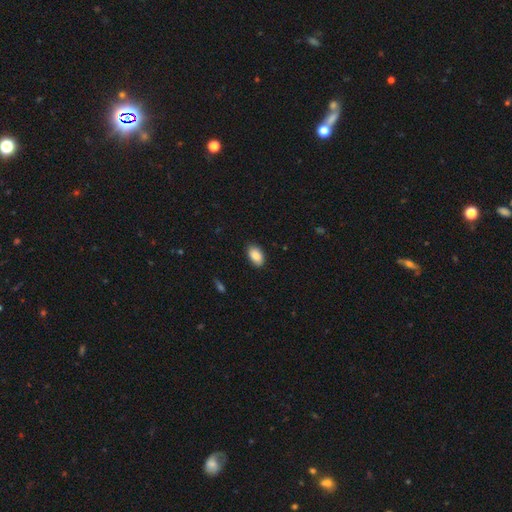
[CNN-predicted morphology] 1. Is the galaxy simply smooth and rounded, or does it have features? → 87% smooth, 7% star or artifact, 6% featured or disk.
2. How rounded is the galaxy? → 93% in between, 6% round, 1% cigar-shaped.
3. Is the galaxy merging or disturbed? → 85% none, 11% minor disturbance, 2% major disturbance, 1% merger.